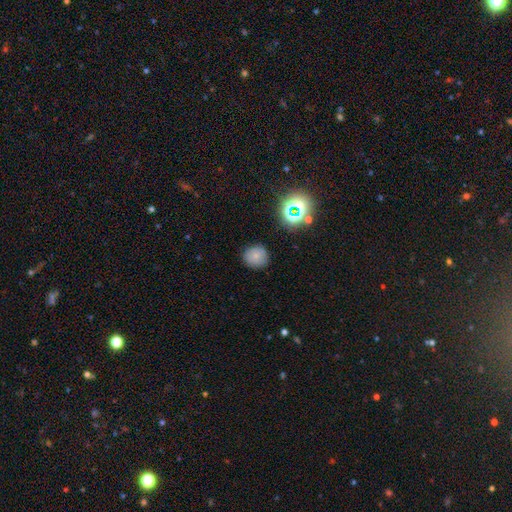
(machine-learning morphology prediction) A smooth galaxy with no disk features (74%) that is round (85%). Merging: none (85%).